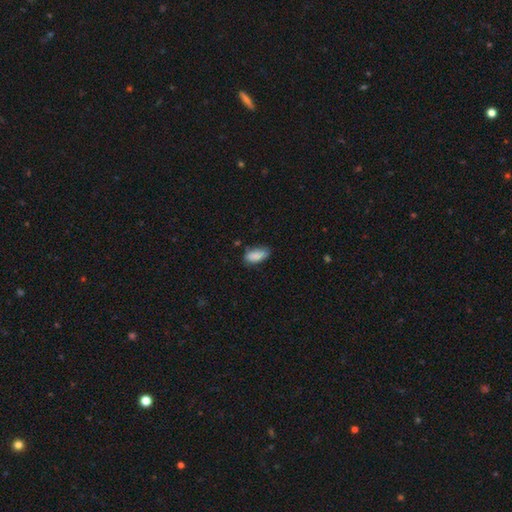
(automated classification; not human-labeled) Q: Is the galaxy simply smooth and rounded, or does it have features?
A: smooth — 87%.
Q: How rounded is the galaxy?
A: in between — 89%.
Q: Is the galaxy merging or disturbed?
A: none — 69%.